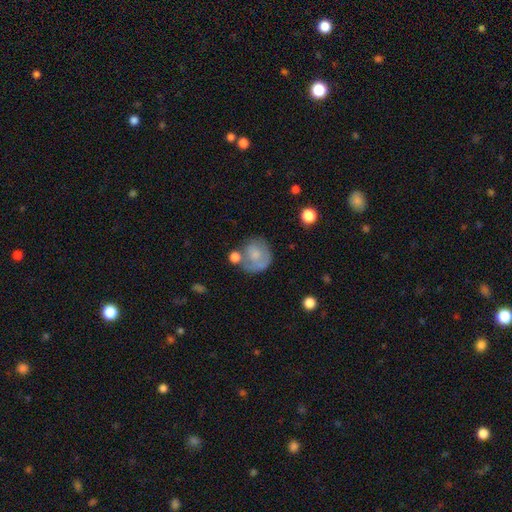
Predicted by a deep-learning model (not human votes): Smooth or featured? smooth (62%)
How rounded? round (82%)
Merging? none (47%)